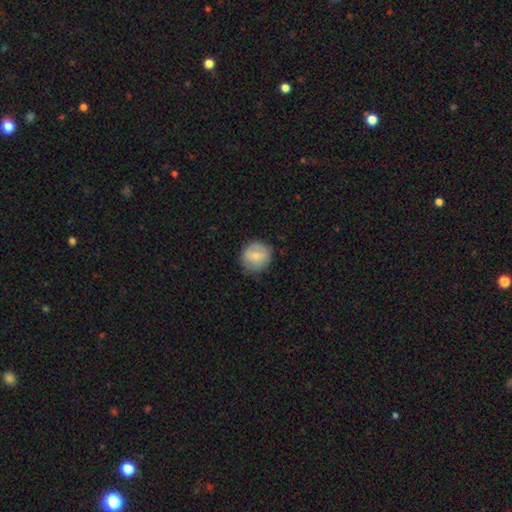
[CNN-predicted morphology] This is likely a smooth galaxy (75%). How rounded: clearly round (87%). Merging: likely none (77%).